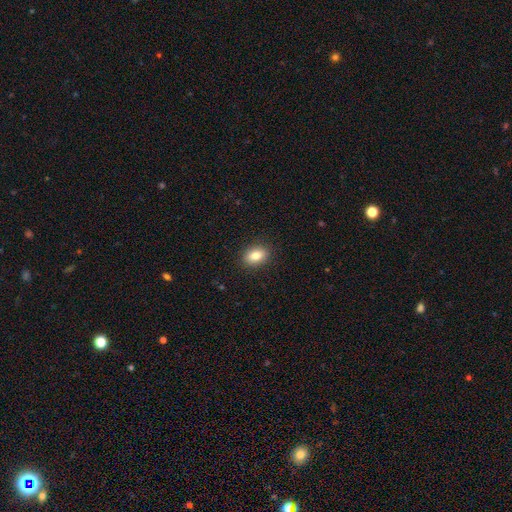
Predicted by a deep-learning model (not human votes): A smooth galaxy with no disk features (82%) that is in between round and cigar-shaped (79%).

Vote fractions:
- Smooth or featured? smooth: 82% / featured or disk: 9% / star or artifact: 9%
- How rounded? in between: 79% / round: 19% / cigar-shaped: 2%
- Merging? none: 90% / minor disturbance: 7% / major disturbance: 2% / merger: 1%